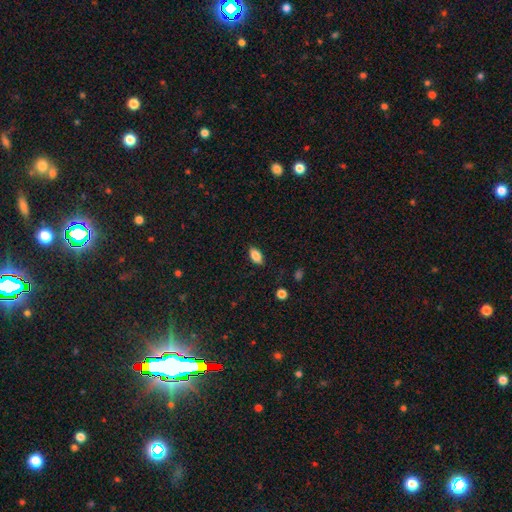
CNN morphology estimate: Smooth or featured?
  - smooth: 85% *
  - star or artifact: 8%
  - featured or disk: 7%
How rounded?
  - in between: 90% *
  - cigar-shaped: 5%
  - round: 5%
Merging?
  - none: 84% *
  - minor disturbance: 12%
  - major disturbance: 3%
  - merger: 1%